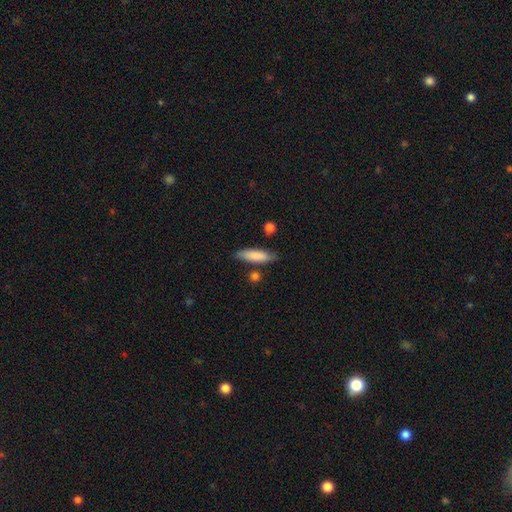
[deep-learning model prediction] A smooth galaxy with no disk features (82%) that is cigar-shaped (63%).

Vote fractions:
- Smooth or featured? smooth: 82% / featured or disk: 12% / star or artifact: 6%
- How rounded? cigar-shaped: 63% / in between: 35% / round: 2%
- Merging? none: 80% / minor disturbance: 13% / merger: 5% / major disturbance: 3%